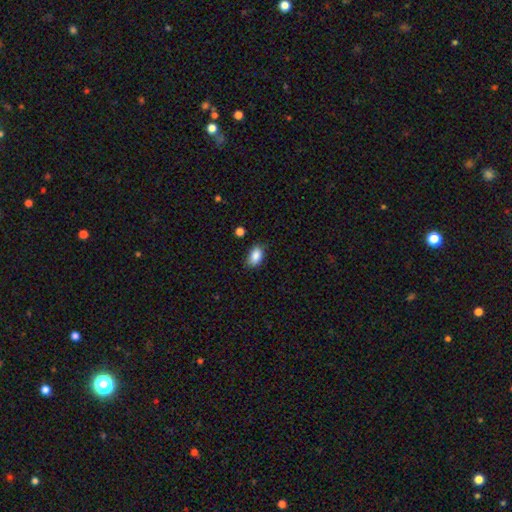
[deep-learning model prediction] smooth_or_featured: smooth (p=0.88) [alt: star or artifact p=0.08]
how_rounded: in between (p=0.90) [alt: round p=0.08]
merging: none (p=0.78) [alt: minor disturbance p=0.17]